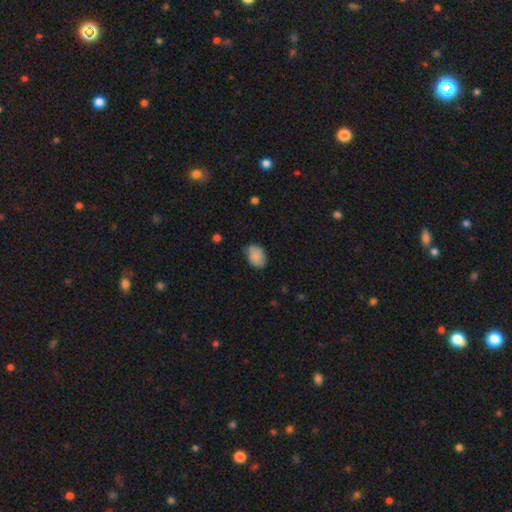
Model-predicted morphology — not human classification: smooth_or_featured: smooth (p=0.84) [alt: featured or disk p=0.08]
how_rounded: in between (p=0.74) [alt: round p=0.25]
merging: none (p=0.67) [alt: minor disturbance p=0.26]